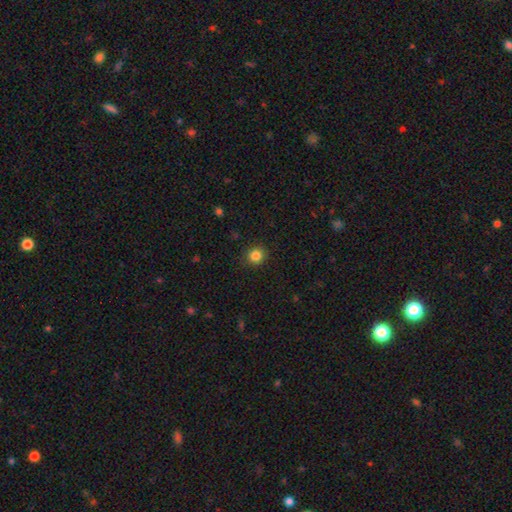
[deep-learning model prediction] Q: Smooth or featured?
A: smooth (84%); runner-up: star or artifact (11%)
Q: How rounded?
A: round (90%); runner-up: in between (9%)
Q: Merging?
A: none (90%); runner-up: minor disturbance (7%)